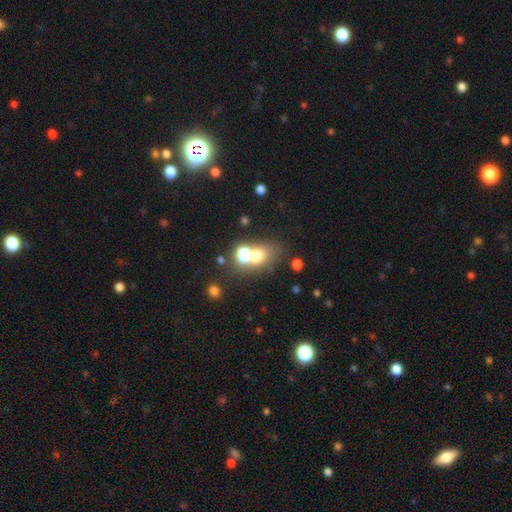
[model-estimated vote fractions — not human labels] A smooth galaxy with no disk features (64%) that is round (52%).

Vote fractions:
- Smooth or featured? smooth: 64% / star or artifact: 20% / featured or disk: 16%
- How rounded? round: 52% / in between: 46% / cigar-shaped: 2%
- Merging? none: 43% / merger: 40% / minor disturbance: 10% / major disturbance: 7%